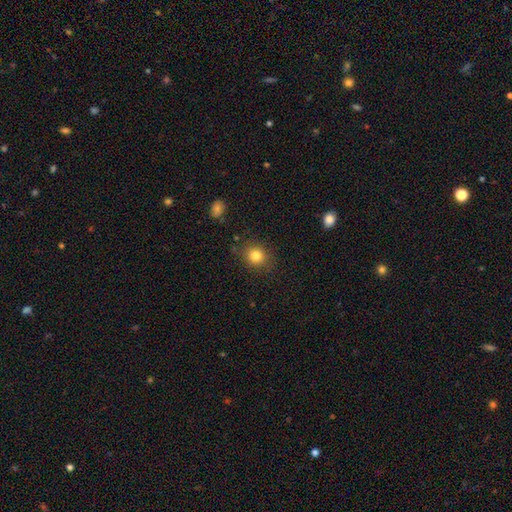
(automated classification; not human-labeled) Smooth or featured: smooth — 83% (star or artifact — 11%)
How rounded: round — 81% (in between — 18%)
Merging: none — 84% (minor disturbance — 11%)